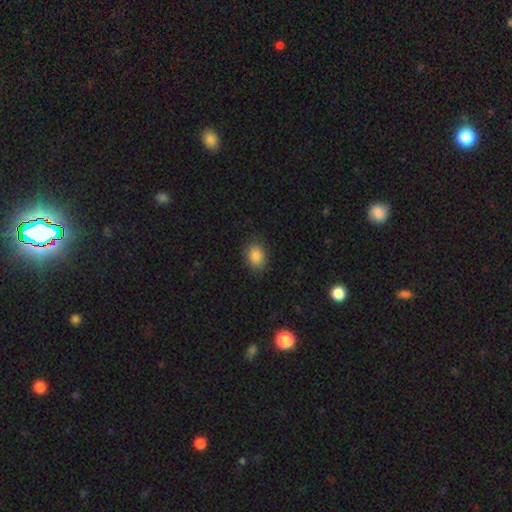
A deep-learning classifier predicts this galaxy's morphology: Smooth or featured? smooth (86%)
How rounded? in between (68%)
Merging? none (82%)